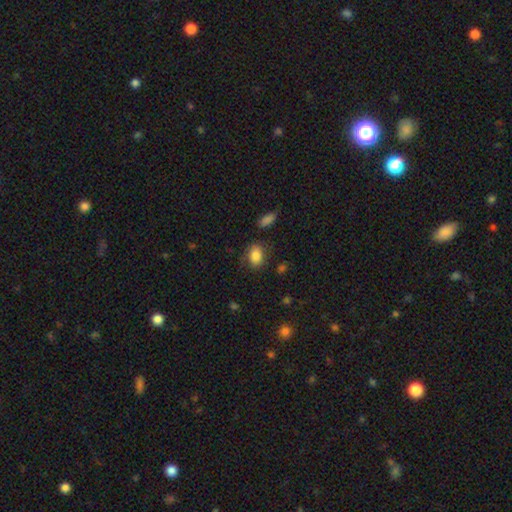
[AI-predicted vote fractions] This is clearly a smooth galaxy (84%). How rounded: likely in between (76%). Merging: likely none (74%).